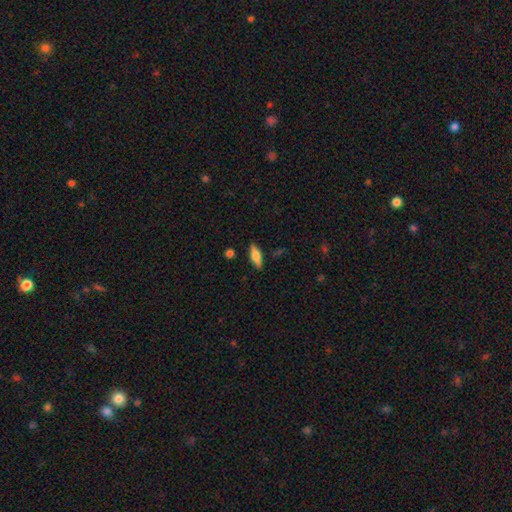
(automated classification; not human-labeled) A smooth galaxy with no disk features (69%) that is in between round and cigar-shaped (64%). Merging: none (85%).